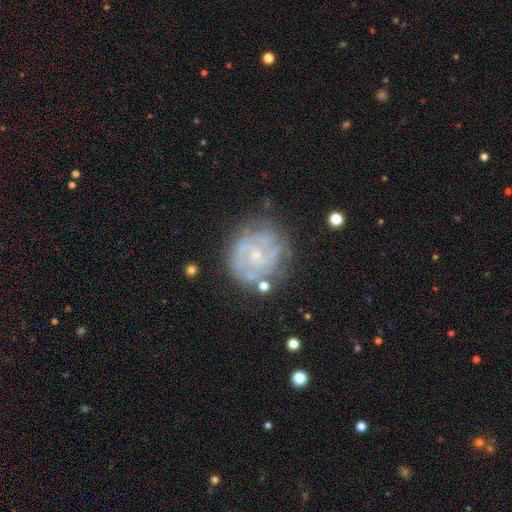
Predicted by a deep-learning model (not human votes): The model was most divided on "spiral arm count": can't tell: 44%, 2: 22%, 3: 17%, 4: 8%, 1: 5%, more than 4: 5%. More confident: edge-on disk — no (98%); spiral arms — yes (78%); smooth or featured — featured or disk (77%); bar — no (74%); bulge size — small (73%); merging — none (67%); spiral winding — tight (58%).